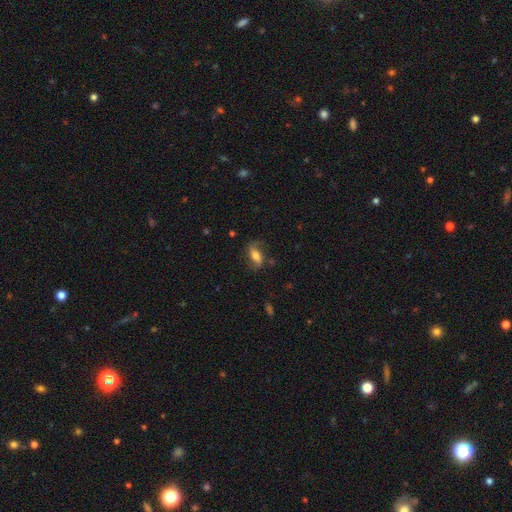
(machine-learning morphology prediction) This appears to be a featured or disk galaxy (51%). Merging: none (67%).